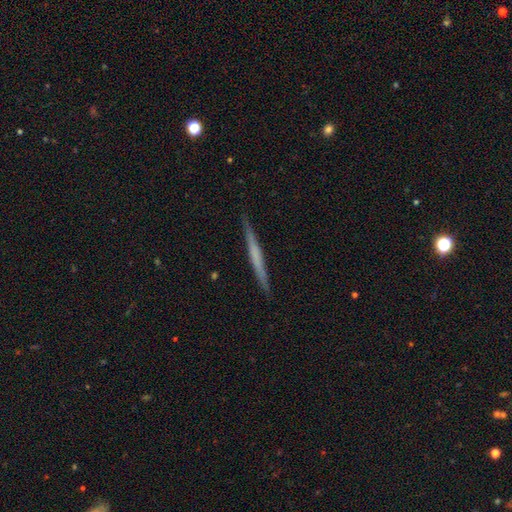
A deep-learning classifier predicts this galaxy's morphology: type=featured or disk (55%); edge-on=yes (98%); edge-on bulge=none (78%); merging=none (91%).